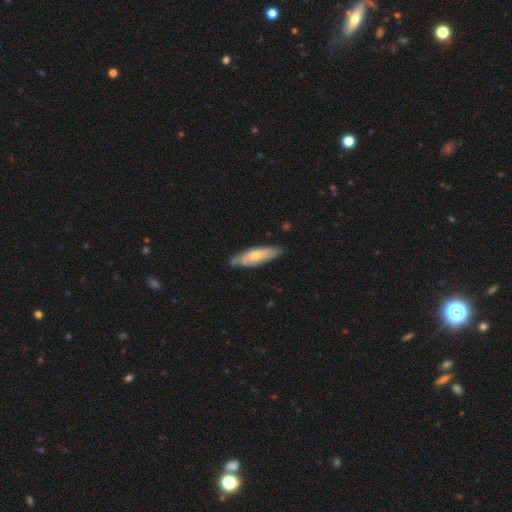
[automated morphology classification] Smooth or featured?
  - smooth: 48% *
  - featured or disk: 47%
  - star or artifact: 5%
Merging?
  - none: 67% *
  - minor disturbance: 26%
  - major disturbance: 5%
  - merger: 3%